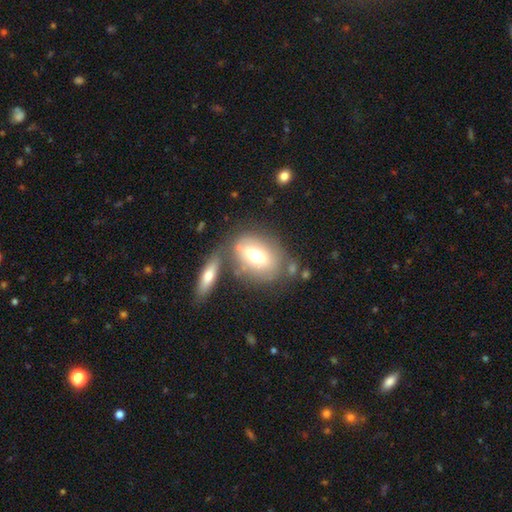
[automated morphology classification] Q: Smooth or featured?
A: smooth (64%); runner-up: featured or disk (29%)
Q: How rounded?
A: in between (79%); runner-up: round (17%)
Q: Merging?
A: none (54%); runner-up: merger (24%)